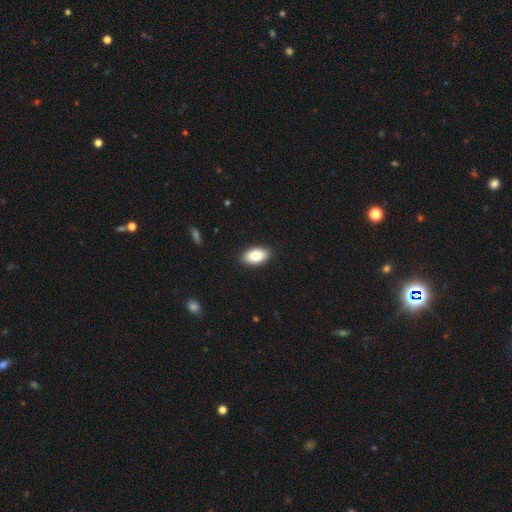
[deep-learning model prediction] smooth_or_featured: smooth (p=0.83) [alt: featured or disk p=0.11]
how_rounded: in between (p=0.93) [alt: round p=0.05]
merging: none (p=0.89) [alt: minor disturbance p=0.08]